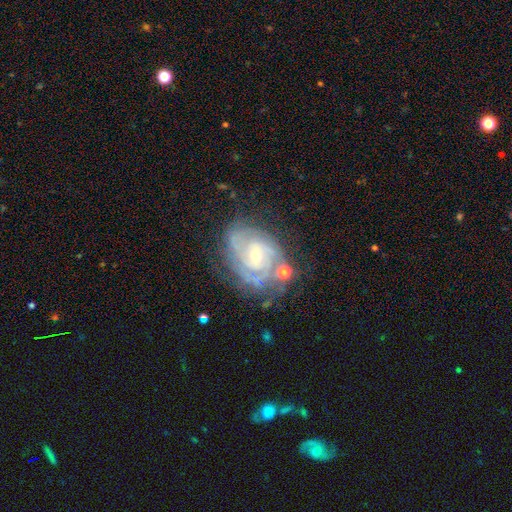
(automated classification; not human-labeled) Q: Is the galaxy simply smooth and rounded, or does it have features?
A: featured or disk — 86%.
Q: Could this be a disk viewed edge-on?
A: no — 97%.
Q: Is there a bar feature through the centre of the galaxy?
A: no — 62%.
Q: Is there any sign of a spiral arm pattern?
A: yes — 95%.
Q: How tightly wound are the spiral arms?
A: tight — 69%.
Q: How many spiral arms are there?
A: can't tell — 28%.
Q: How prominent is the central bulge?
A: small — 49%.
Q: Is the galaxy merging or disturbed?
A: none — 62%.